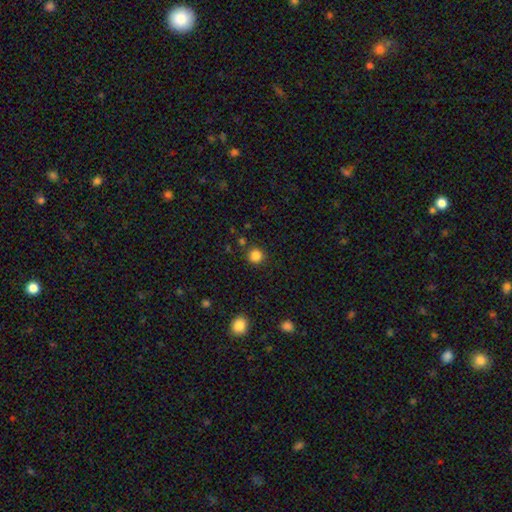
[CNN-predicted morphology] A smooth galaxy with no disk features (85%) that is round (94%).

Vote fractions:
- Smooth or featured? smooth: 85% / star or artifact: 12% / featured or disk: 3%
- How rounded? round: 94% / in between: 5% / cigar-shaped: 1%
- Merging? none: 90% / minor disturbance: 6% / merger: 2% / major disturbance: 2%